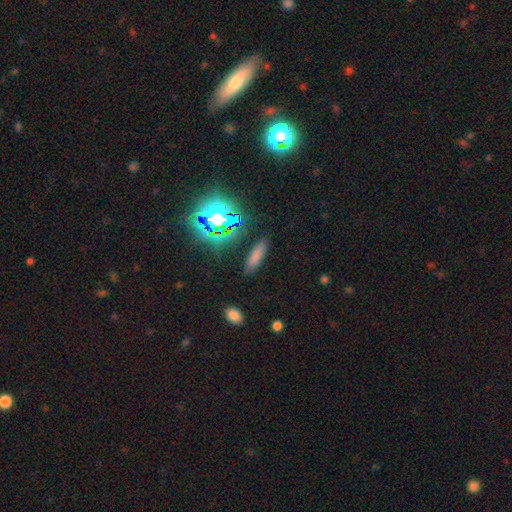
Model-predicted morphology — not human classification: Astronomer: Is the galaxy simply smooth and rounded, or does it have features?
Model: smooth — 70%.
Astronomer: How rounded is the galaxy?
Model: cigar-shaped — 53% (runner-up: in between, 44%).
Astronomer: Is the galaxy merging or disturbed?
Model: none — 84%.